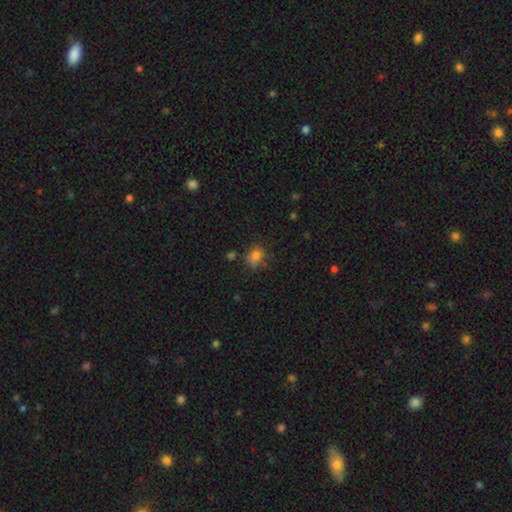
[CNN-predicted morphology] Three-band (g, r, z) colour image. It shows a smooth galaxy with no disk features (76%) that is round (52%). Merging: none (56%).